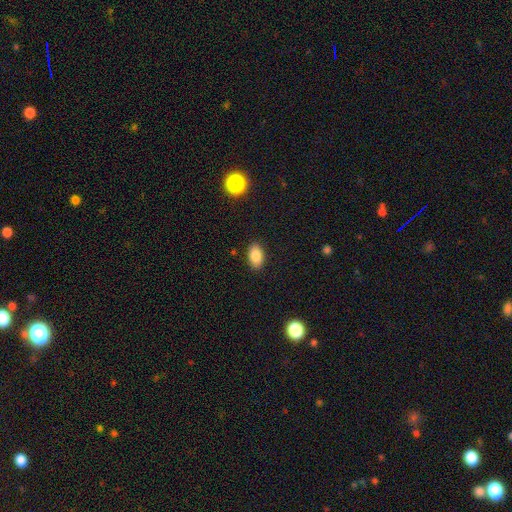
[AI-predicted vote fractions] smooth_or_featured: smooth (p=0.86) [alt: star or artifact p=0.08]
how_rounded: in between (p=0.91) [alt: round p=0.07]
merging: none (p=0.88) [alt: minor disturbance p=0.09]